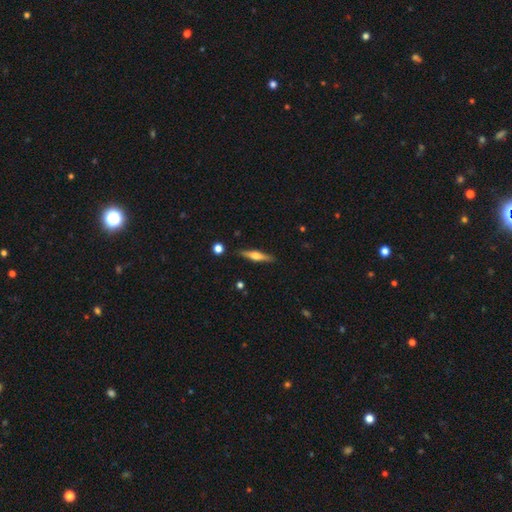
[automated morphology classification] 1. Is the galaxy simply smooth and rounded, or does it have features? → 55% featured or disk, 39% smooth, 6% star or artifact.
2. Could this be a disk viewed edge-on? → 96% yes, 4% no.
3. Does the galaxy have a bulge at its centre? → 88% rounded, 7% boxy, 5% none.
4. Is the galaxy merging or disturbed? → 88% none, 8% minor disturbance, 2% merger, 2% major disturbance.